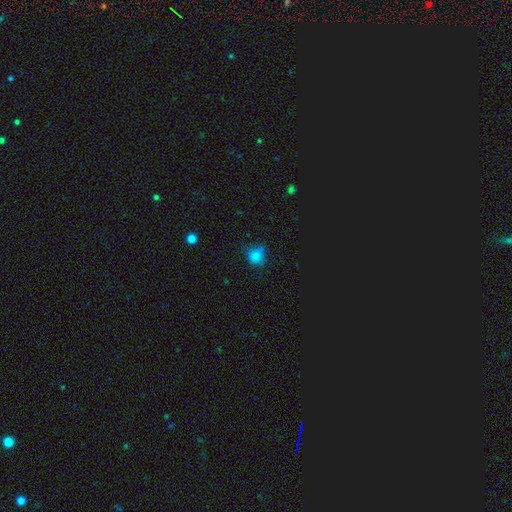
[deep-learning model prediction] Q: Smooth or featured?
A: smooth (78%); runner-up: star or artifact (15%)
Q: How rounded?
A: round (72%); runner-up: in between (27%)
Q: Merging?
A: none (59%); runner-up: minor disturbance (24%)